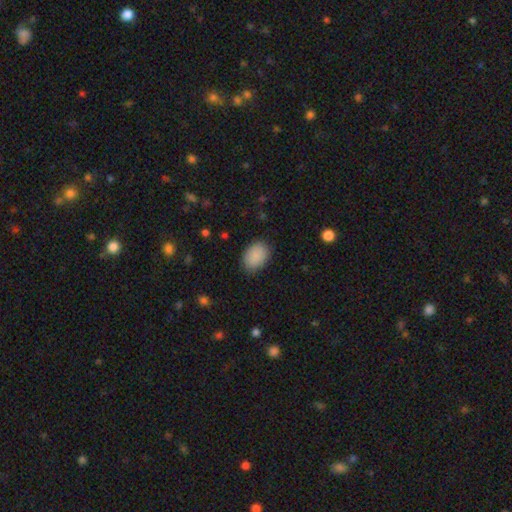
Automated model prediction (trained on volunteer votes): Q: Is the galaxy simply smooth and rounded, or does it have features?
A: smooth — 89%.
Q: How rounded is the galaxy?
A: in between — 74%.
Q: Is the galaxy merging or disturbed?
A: none — 84%.